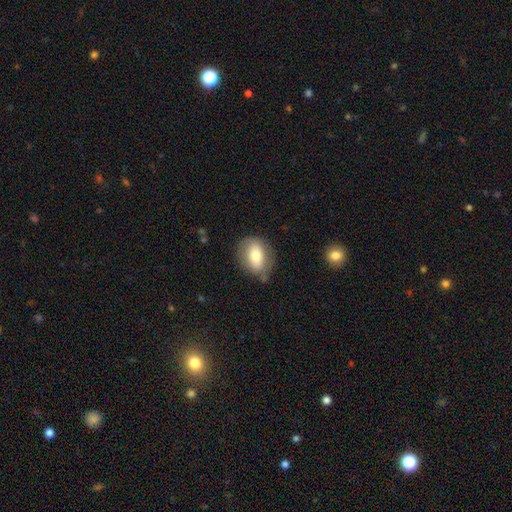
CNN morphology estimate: Overall: smooth (68%). How rounded: in between (67%; round 31%). Merging: none (75%).